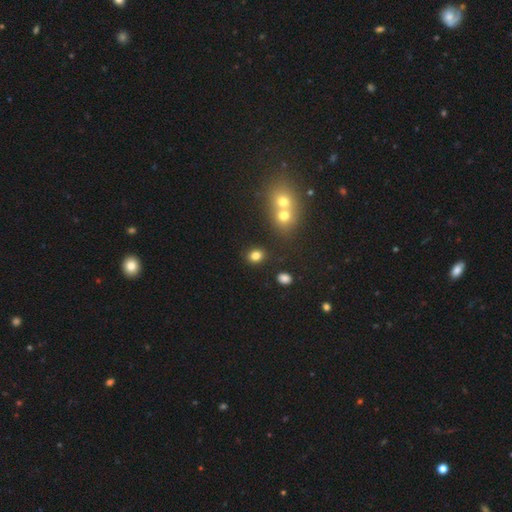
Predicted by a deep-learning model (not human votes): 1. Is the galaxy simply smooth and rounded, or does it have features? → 80% smooth, 14% star or artifact, 6% featured or disk.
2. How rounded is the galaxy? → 63% round, 36% in between, 1% cigar-shaped.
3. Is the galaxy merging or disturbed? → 81% none, 8% minor disturbance, 8% merger, 3% major disturbance.